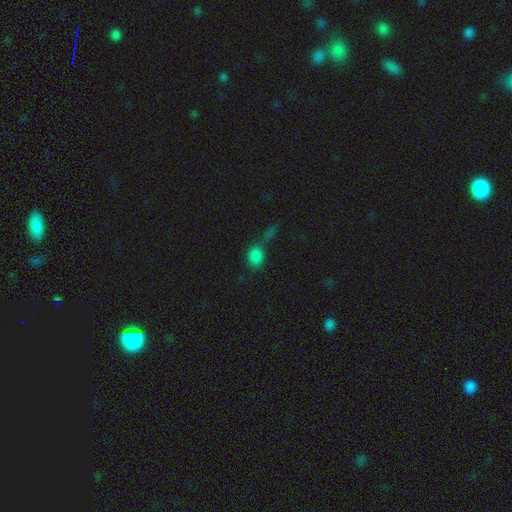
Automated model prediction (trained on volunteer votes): This is clearly a smooth galaxy (80%). How rounded: possibly in between (58%). Merging: possibly none (53%).